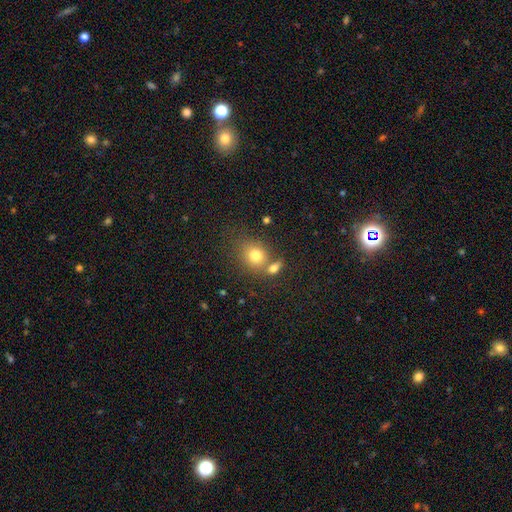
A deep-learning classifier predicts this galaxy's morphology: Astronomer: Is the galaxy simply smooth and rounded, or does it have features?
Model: smooth — 77%.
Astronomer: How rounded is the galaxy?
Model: round — 65%.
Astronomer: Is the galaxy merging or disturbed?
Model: none — 53% (runner-up: merger, 30%).